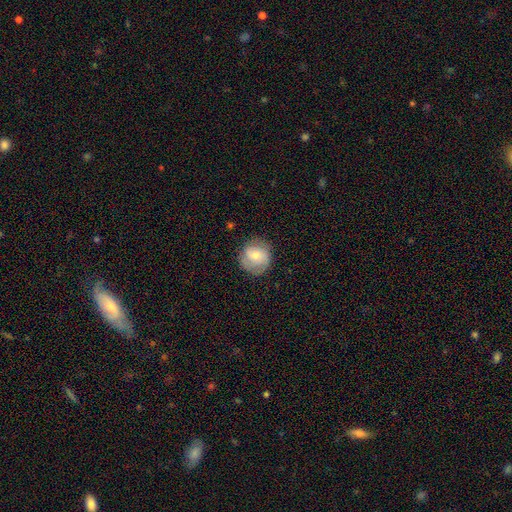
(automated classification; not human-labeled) A smooth galaxy with no disk features (64%) that is round (89%). Merging: none (77%).